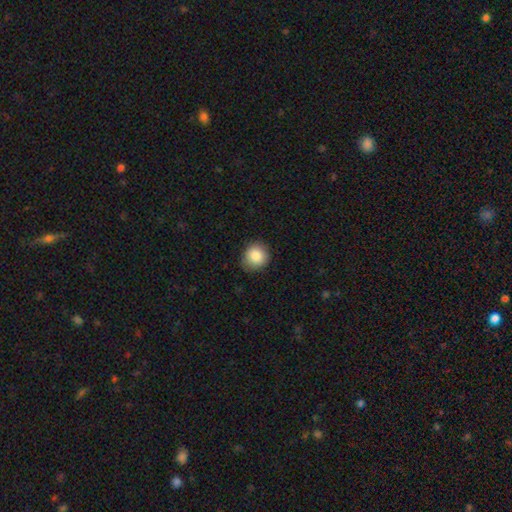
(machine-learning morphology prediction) This is clearly a smooth galaxy (87%). How rounded: clearly round (87%). Merging: clearly none (83%).